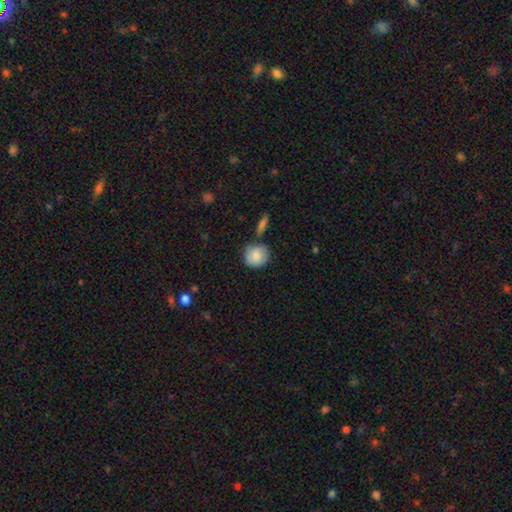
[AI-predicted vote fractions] Overall: smooth (83%). How rounded: round (87%). Merging: none (68%).